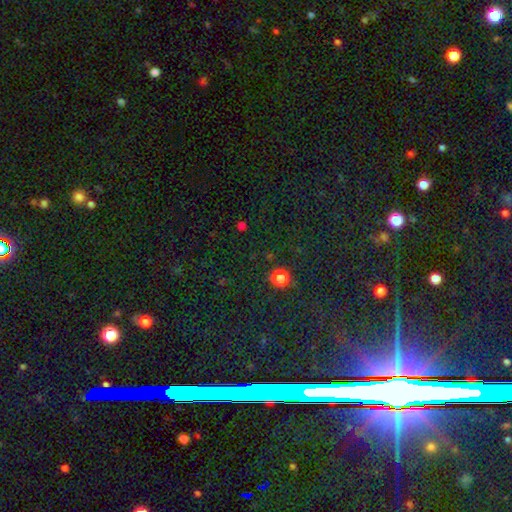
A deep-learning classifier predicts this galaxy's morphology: A star or artifact, not a galaxy (82%).